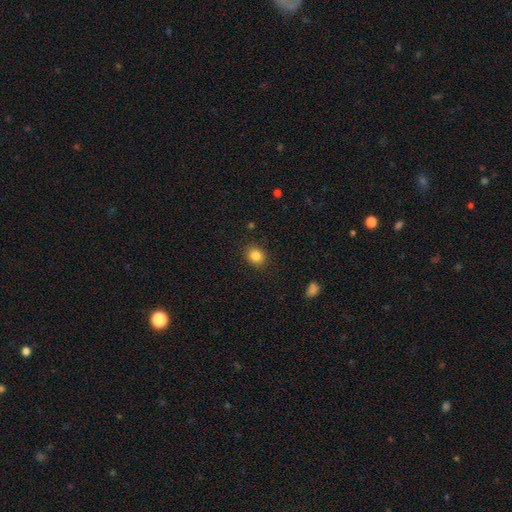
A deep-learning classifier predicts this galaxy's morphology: The model was most divided on "how rounded": round: 62%, in between: 37%, cigar-shaped: 1%. More confident: merging — none (89%); smooth or featured — smooth (85%).